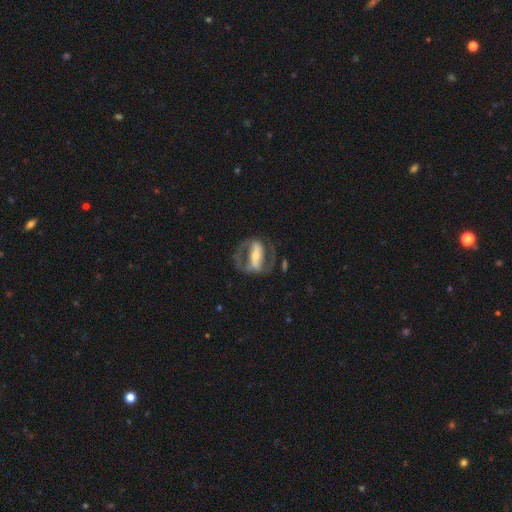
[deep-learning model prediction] Overall: featured or disk (82%). Edge-on disk: no (91%). Bar: strong (69%). Spiral arms: yes (79%). Spiral arm count: 2 (86%). Spiral winding: medium (52%; tight 27%). Bulge size: moderate (48%; small 40%). Merging: none (66%).